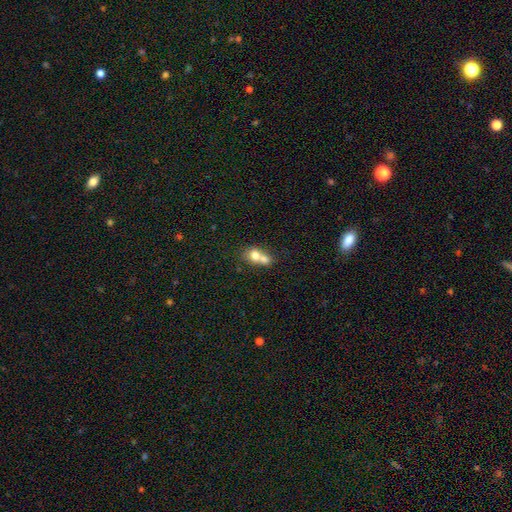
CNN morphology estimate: Smooth or featured: smooth — 71% (featured or disk — 20%)
How rounded: round — 57% (in between — 41%)
Merging: merger — 73% (none — 19%)